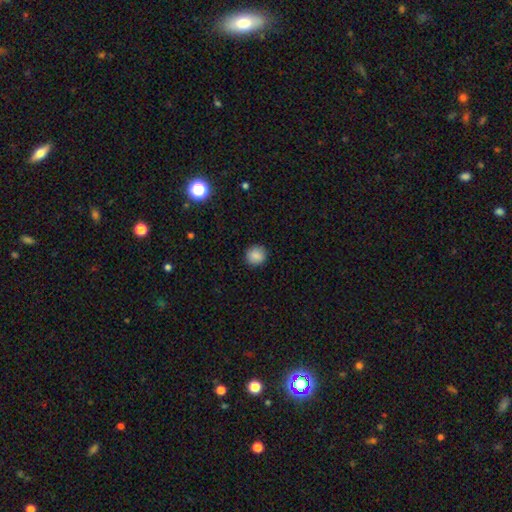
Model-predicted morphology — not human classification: Smooth or featured? Predicted: smooth (p=0.87). How rounded? Predicted: round (p=0.91). Merging? Predicted: none (p=0.91).